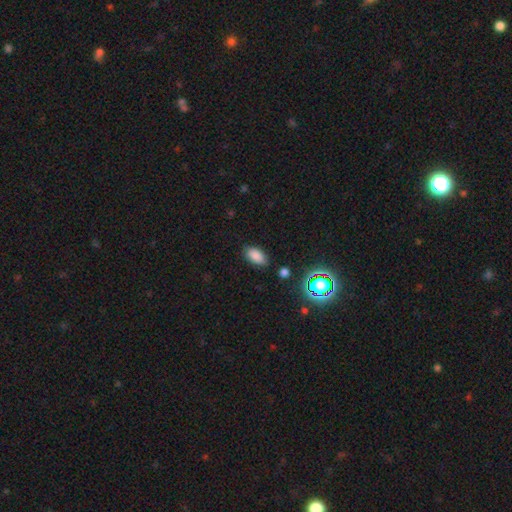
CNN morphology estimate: smooth 82%, star or artifact 12%, featured or disk 5%. Down the decision tree: how rounded — in between (92%); merging — none (83%).